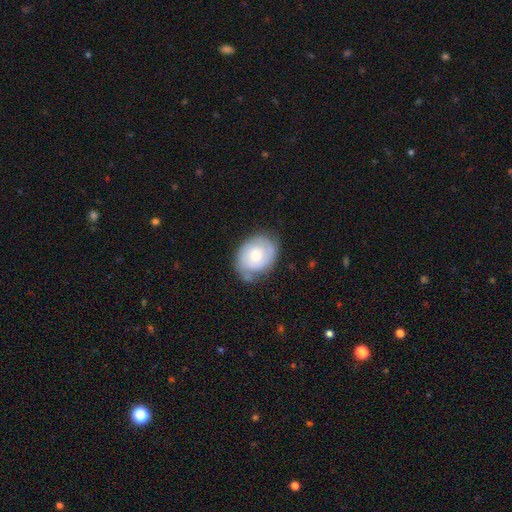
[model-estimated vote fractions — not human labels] smooth_or_featured: featured or disk (p=0.65) [alt: smooth p=0.29]
disk_edge_on: no (p=0.97) [alt: yes p=0.03]
bar: no (p=0.75) [alt: weak p=0.22]
has_spiral_arms: yes (p=0.85) [alt: no p=0.15]
spiral_winding: tight (p=0.60) [alt: medium p=0.30]
spiral_arm_count: 2 (p=0.58) [alt: can't tell p=0.23]
bulge_size: moderate (p=0.58) [alt: small p=0.29]
merging: none (p=0.66) [alt: minor disturbance p=0.24]